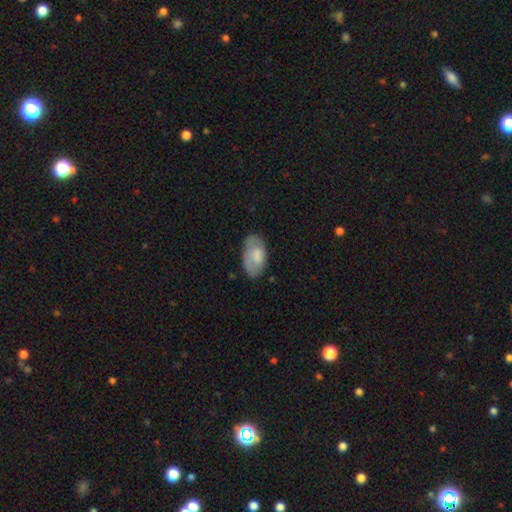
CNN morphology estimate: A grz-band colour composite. It shows a smooth galaxy with no disk features (71%) that is in between round and cigar-shaped (94%). Merging: none (66%).